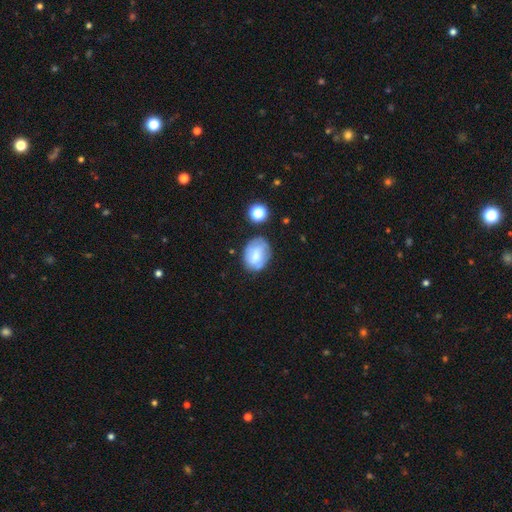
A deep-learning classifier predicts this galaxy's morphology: smooth-or-featured: smooth: 59% | featured or disk: 32% | star or artifact: 9%
  how-rounded: in between: 63% | round: 36% | cigar-shaped: 1%
  merging: none: 63% | minor disturbance: 24% | major disturbance: 8% | merger: 6%